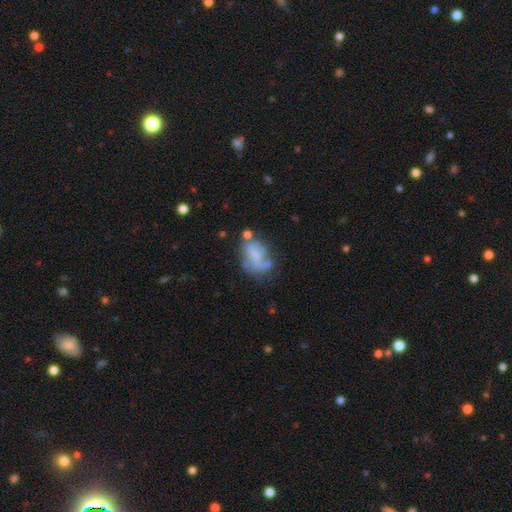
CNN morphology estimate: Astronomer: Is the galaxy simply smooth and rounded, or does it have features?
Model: smooth — 48% (runner-up: featured or disk, 41%).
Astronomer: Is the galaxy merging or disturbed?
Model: none — 31% (runner-up: major disturbance, 27%).